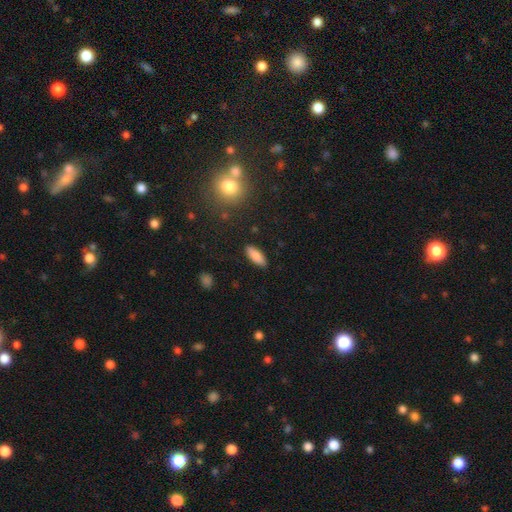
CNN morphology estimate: Overall: smooth (87%). How rounded: in between (76%). Merging: none (88%).